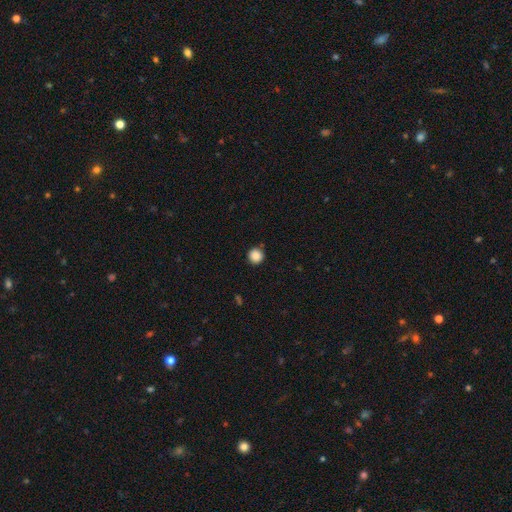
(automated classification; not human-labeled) A smooth galaxy with no disk features (88%) that is round (95%).

Vote fractions:
- Smooth or featured? smooth: 88% / star or artifact: 10% / featured or disk: 3%
- How rounded? round: 95% / in between: 4% / cigar-shaped: 1%
- Merging? none: 90% / minor disturbance: 6% / major disturbance: 2% / merger: 2%